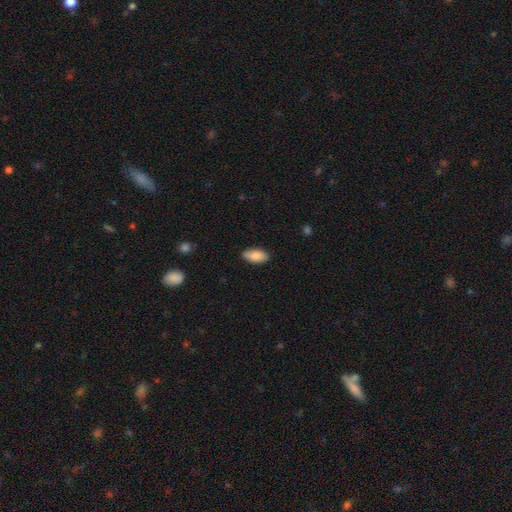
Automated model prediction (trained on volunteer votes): A smooth galaxy with no disk features (84%) that is in between round and cigar-shaped (93%). Merging: none (85%).